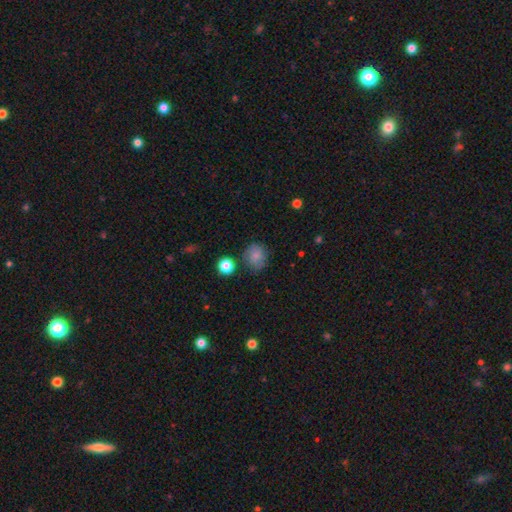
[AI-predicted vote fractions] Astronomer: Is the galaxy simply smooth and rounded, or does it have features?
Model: smooth — 77%.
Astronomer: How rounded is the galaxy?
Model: round — 73%.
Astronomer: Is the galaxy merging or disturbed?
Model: none — 72%.